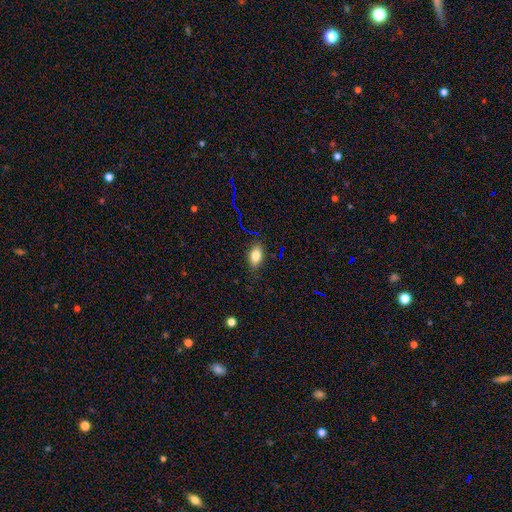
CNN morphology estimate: This appears to be a smooth galaxy with no disk features (79%) that is in between round and cigar-shaped (86%). Merging: none (82%).